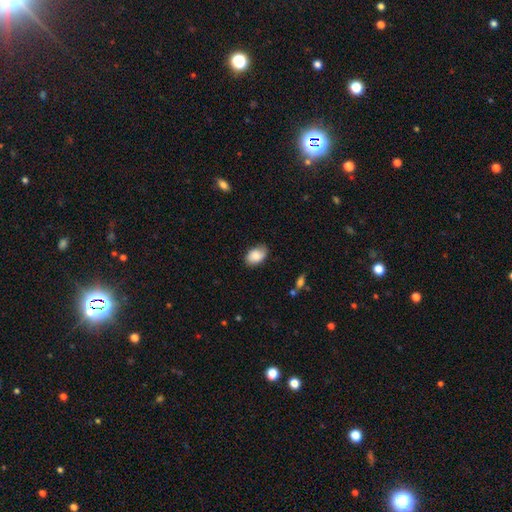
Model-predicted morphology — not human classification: smooth-or-featured: smooth: 80% | featured or disk: 13% | star or artifact: 7%
  how-rounded: in between: 87% | round: 12% | cigar-shaped: 1%
  merging: none: 74% | minor disturbance: 21% | major disturbance: 4% | merger: 1%